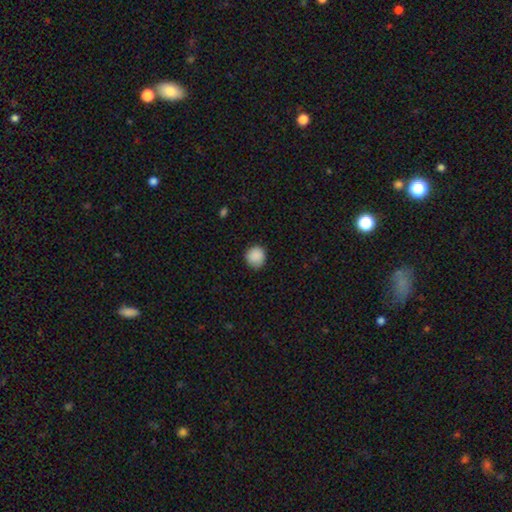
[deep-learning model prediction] A smooth galaxy with no disk features (89%) that is round (92%).

Vote fractions:
- Smooth or featured? smooth: 89% / star or artifact: 8% / featured or disk: 3%
- How rounded? round: 92% / in between: 7% / cigar-shaped: 1%
- Merging? none: 88% / minor disturbance: 9% / major disturbance: 2% / merger: 1%